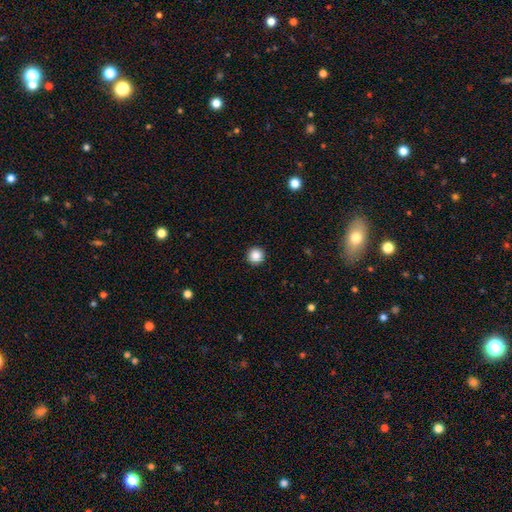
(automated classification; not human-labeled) This appears to be a smooth galaxy with no disk features (87%) that is round (96%). Merging: none (94%).